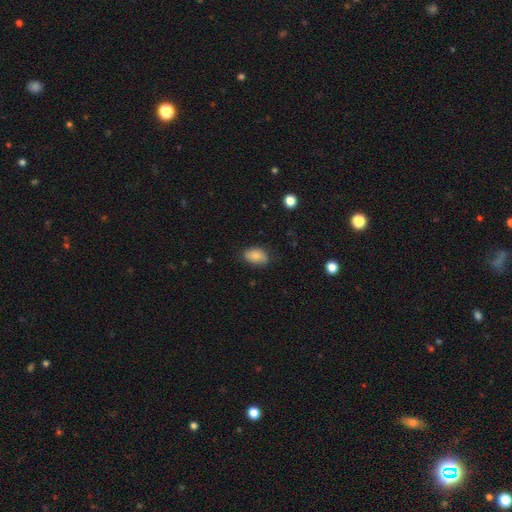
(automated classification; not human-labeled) Smooth or featured? smooth (81%)
How rounded? in between (88%)
Merging? none (71%)